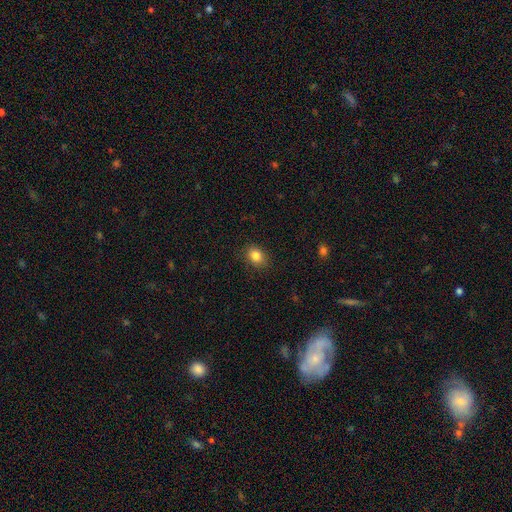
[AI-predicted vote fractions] Overall: smooth (84%). How rounded: in between (60%; round 39%). Merging: none (87%).